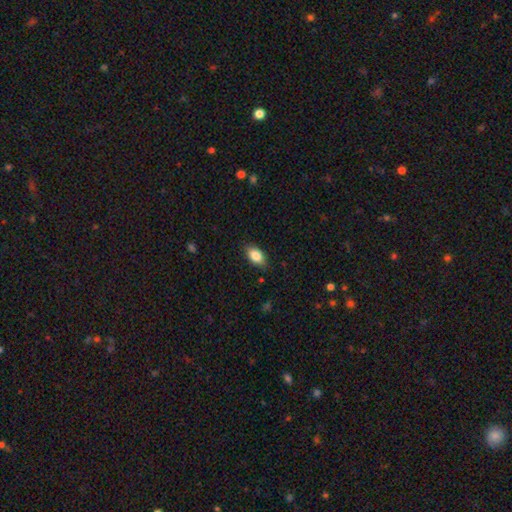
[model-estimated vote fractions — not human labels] Morphology: type=smooth (85%); roundness=in between (91%); merging=none (85%).